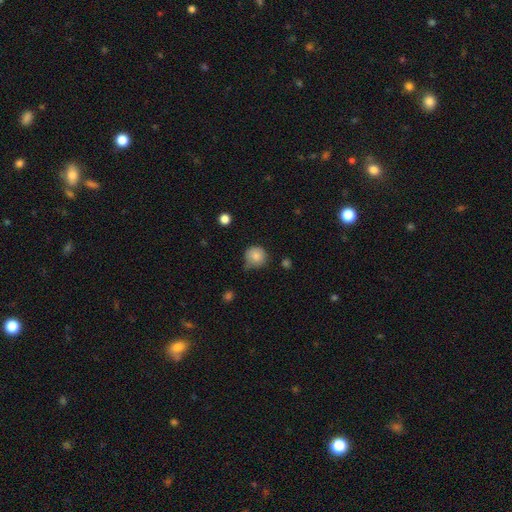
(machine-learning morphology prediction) type=smooth (84%); roundness=round (91%); merging=none (63%).